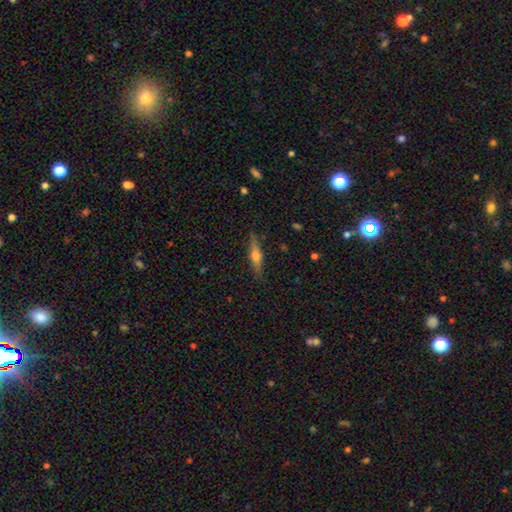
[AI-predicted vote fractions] A featured or disk galaxy (59%) viewed edge-on (95%) with a rounded central bulge (93%).

Vote fractions:
- Smooth or featured? featured or disk: 59% / smooth: 35% / star or artifact: 7%
- Edge-on disk? yes: 95% / no: 5%
- Edge-on bulge? rounded: 93% / boxy: 4% / none: 3%
- Merging? none: 87% / minor disturbance: 10% / major disturbance: 2% / merger: 1%